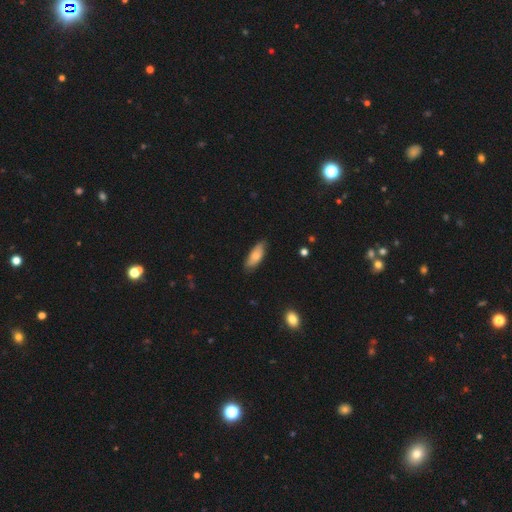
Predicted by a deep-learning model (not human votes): The model was most divided on "how rounded": in between: 72%, cigar-shaped: 26%, round: 2%. More confident: merging — none (78%); smooth or featured — smooth (73%).